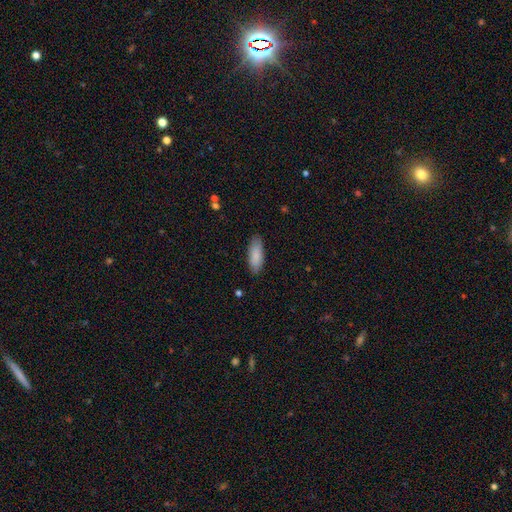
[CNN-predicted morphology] smooth_or_featured: smooth (p=0.88) [alt: featured or disk p=0.06]
how_rounded: in between (p=0.70) [alt: cigar-shaped p=0.29]
merging: none (p=0.86) [alt: minor disturbance p=0.10]